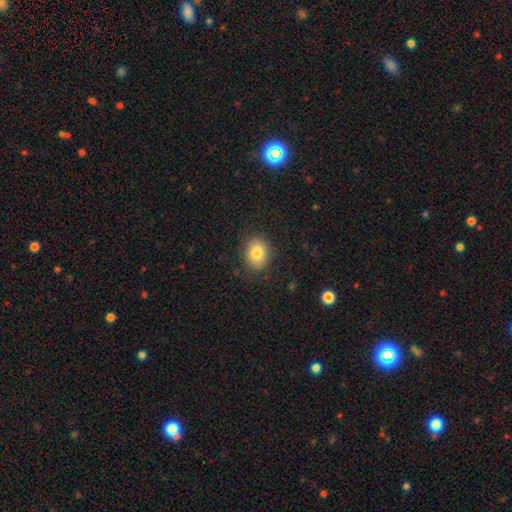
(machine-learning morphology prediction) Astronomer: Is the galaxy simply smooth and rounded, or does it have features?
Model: smooth — 82%.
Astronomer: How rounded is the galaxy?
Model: in between — 50% (runner-up: round, 49%).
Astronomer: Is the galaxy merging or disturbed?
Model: none — 84%.